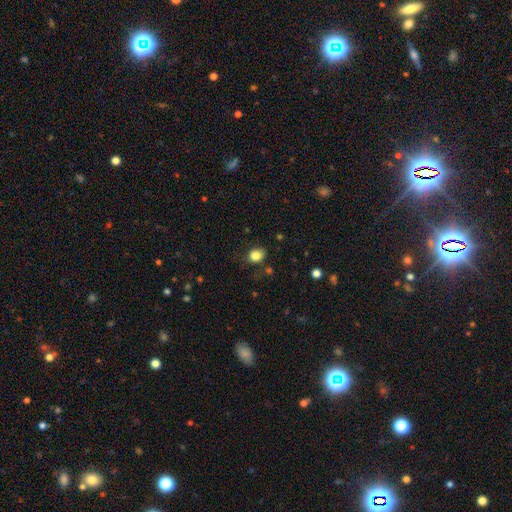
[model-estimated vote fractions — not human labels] smooth 84%, star or artifact 10%, featured or disk 6%. Down the decision tree: how rounded — in between (52%); merging — none (75%).